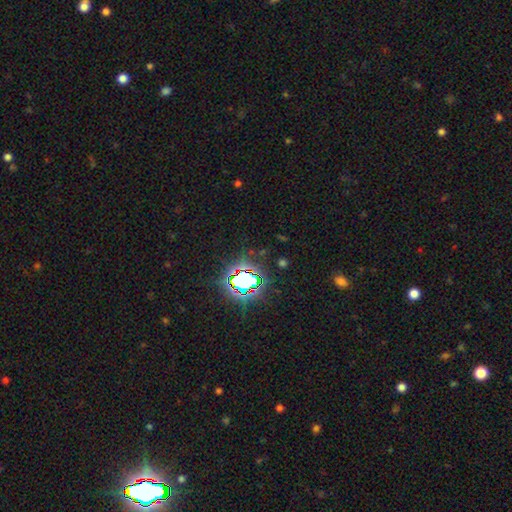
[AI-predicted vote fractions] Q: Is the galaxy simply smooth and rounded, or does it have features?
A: star or artifact — 81%.